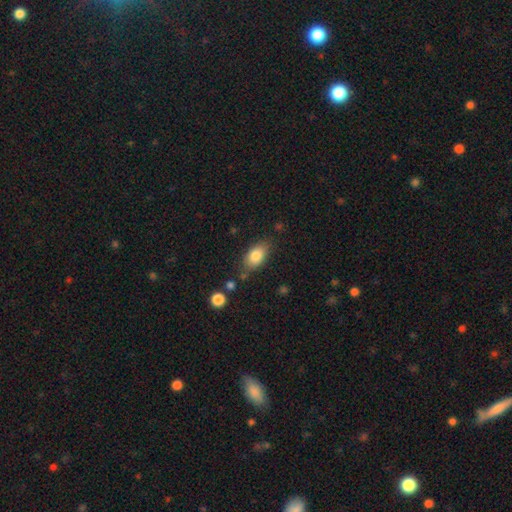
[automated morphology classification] Smooth or featured? Predicted: smooth (p=0.82). How rounded? Predicted: in between (p=0.89). Merging? Predicted: none (p=0.75).